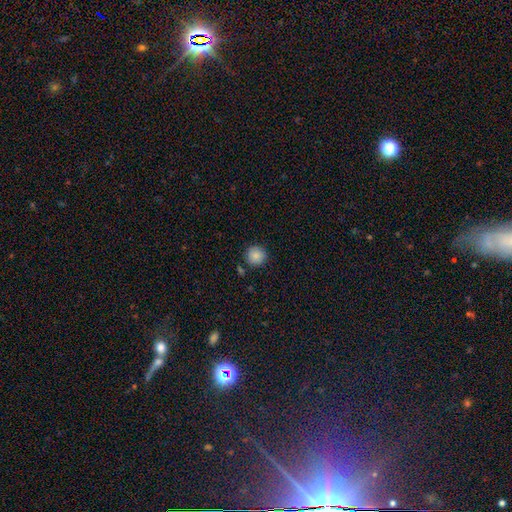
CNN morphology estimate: type=smooth (86%); roundness=round (94%); merging=none (86%).